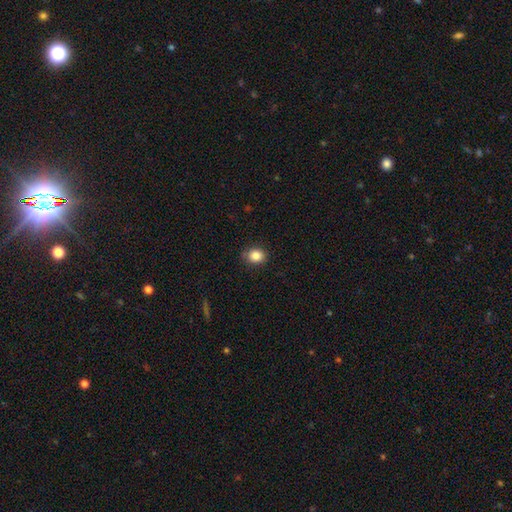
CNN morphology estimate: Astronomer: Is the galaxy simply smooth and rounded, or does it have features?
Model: smooth — 85%.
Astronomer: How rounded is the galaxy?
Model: round — 62%.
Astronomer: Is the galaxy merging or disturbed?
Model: none — 80%.